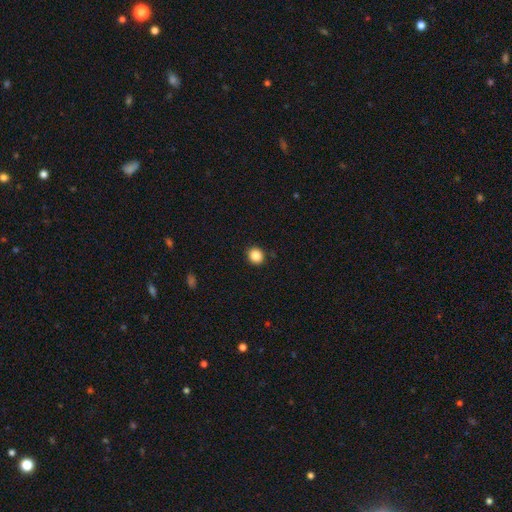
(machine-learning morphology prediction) Smooth or featured? Predicted: smooth (p=0.86). How rounded? Predicted: round (p=0.79). Merging? Predicted: none (p=0.91).